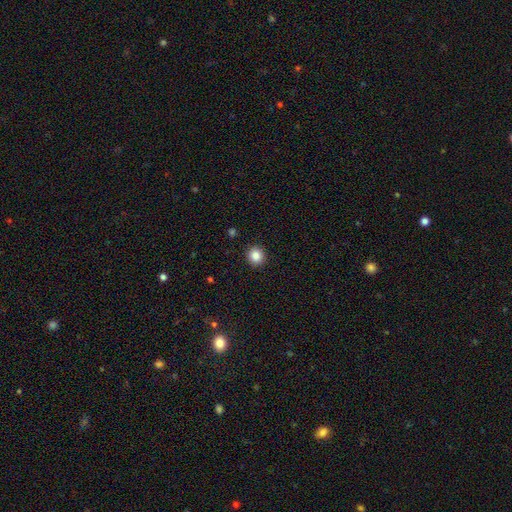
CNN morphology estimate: The model was most divided on "smooth or featured": smooth: 85%, star or artifact: 10%, featured or disk: 5%. More confident: merging — none (92%); how rounded — round (91%).